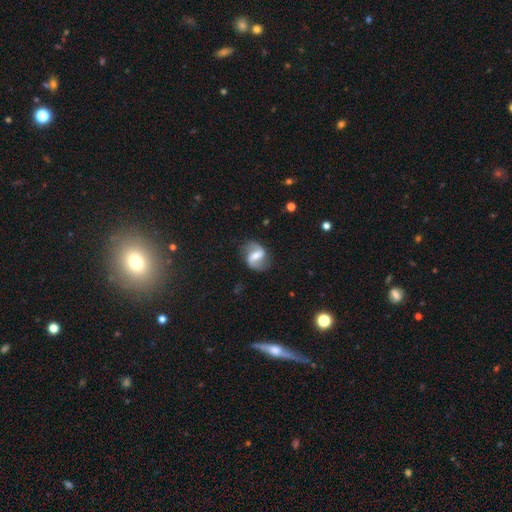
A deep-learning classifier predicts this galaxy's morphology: Q: Smooth or featured?
A: featured or disk (80%); runner-up: smooth (14%)
Q: Edge-on disk?
A: no (97%); runner-up: yes (3%)
Q: Bar?
A: strong (45%); runner-up: weak (41%)
Q: Spiral arms?
A: yes (93%); runner-up: no (7%)
Q: Spiral winding?
A: loose (51%); runner-up: medium (37%)
Q: Spiral arm count?
A: 2 (92%); runner-up: can't tell (3%)
Q: Bulge size?
A: moderate (45%); runner-up: small (35%)
Q: Merging?
A: none (81%); runner-up: minor disturbance (12%)